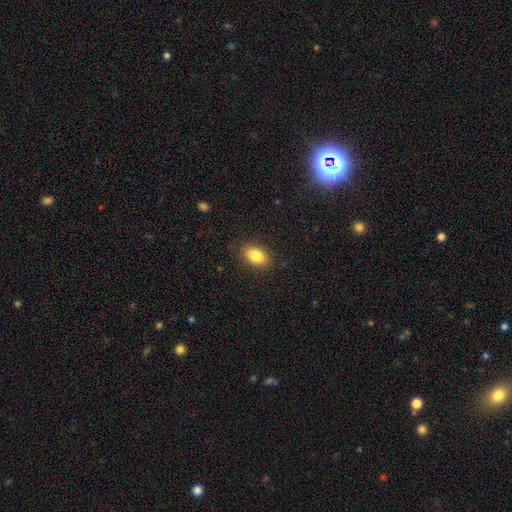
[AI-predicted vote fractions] smooth 84%, featured or disk 8%, star or artifact 8%. Down the decision tree: how rounded — in between (90%); merging — none (86%).